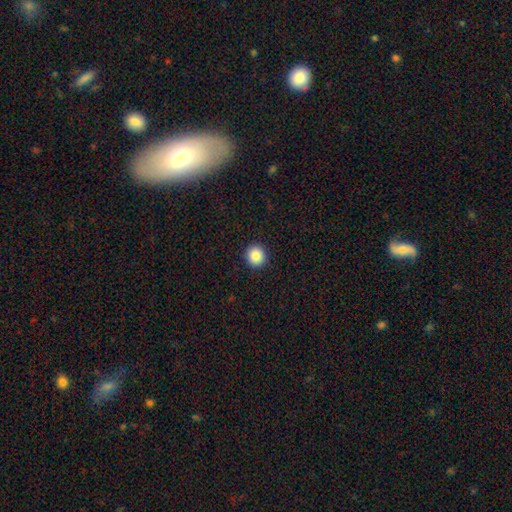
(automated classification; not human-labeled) Smooth or featured: smooth — 86% (star or artifact — 10%)
How rounded: round — 93% (in between — 6%)
Merging: none — 93% (minor disturbance — 4%)